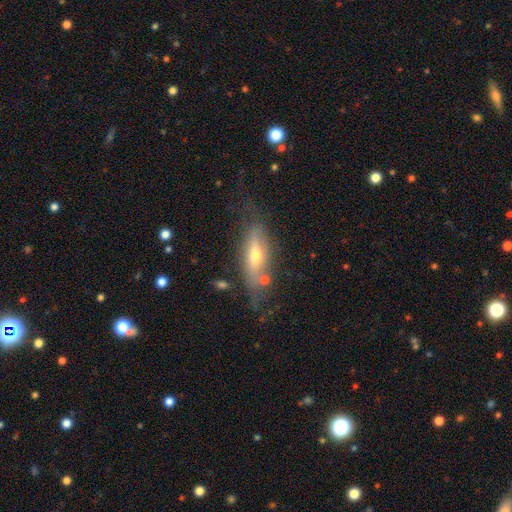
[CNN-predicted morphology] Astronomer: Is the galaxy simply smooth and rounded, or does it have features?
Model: featured or disk — 52% (runner-up: smooth, 40%).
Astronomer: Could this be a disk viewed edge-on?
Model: yes — 69%.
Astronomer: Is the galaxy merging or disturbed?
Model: none — 62%.